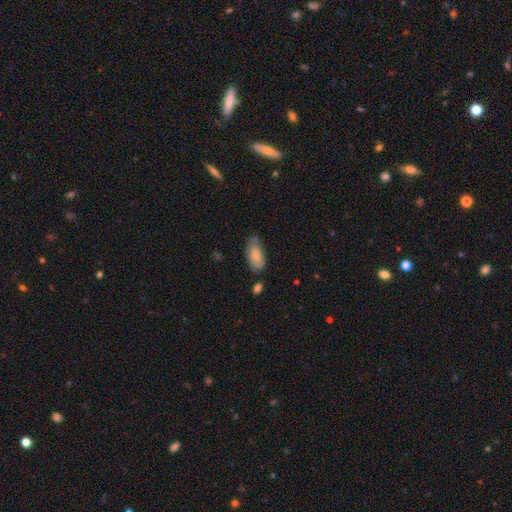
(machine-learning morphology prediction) Q: Smooth or featured?
A: smooth (78%); runner-up: featured or disk (15%)
Q: How rounded?
A: in between (90%); runner-up: cigar-shaped (7%)
Q: Merging?
A: none (60%); runner-up: minor disturbance (29%)